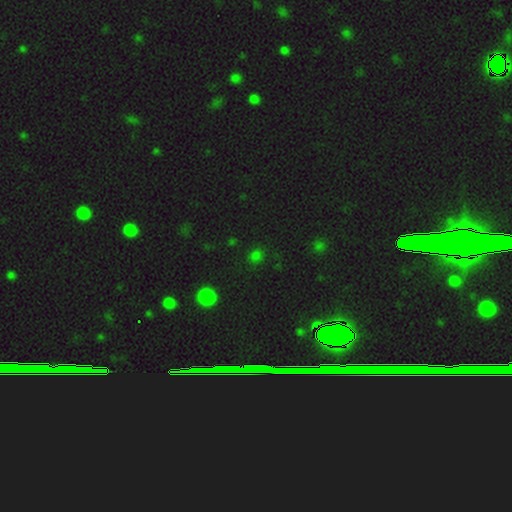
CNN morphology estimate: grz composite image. It shows a smooth galaxy with no disk features (61%) that is round (79%). Merging: none (83%).